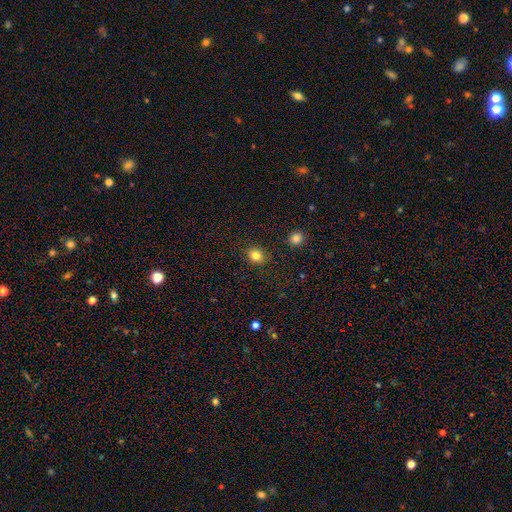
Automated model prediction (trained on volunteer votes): The model was most divided on "how rounded": round: 65%, in between: 35%, cigar-shaped: 1%. More confident: merging — none (88%); smooth or featured — smooth (83%).